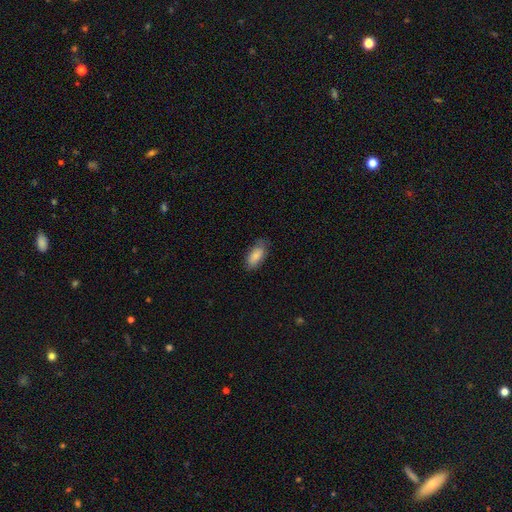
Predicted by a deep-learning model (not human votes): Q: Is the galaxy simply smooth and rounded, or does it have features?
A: smooth — 84%.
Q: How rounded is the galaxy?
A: in between — 88%.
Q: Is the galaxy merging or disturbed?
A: none — 72%.